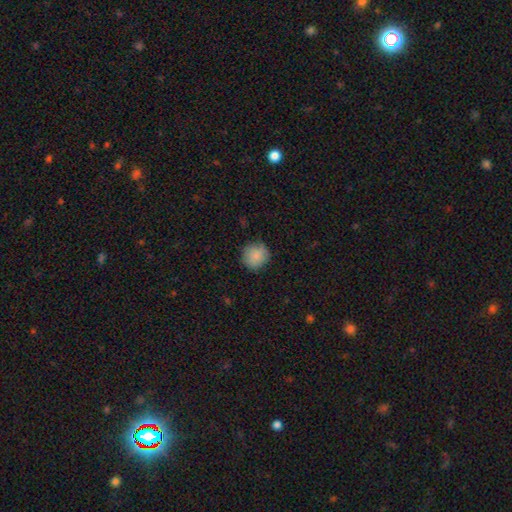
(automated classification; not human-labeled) A smooth galaxy with no disk features (86%) that is round (89%).

Vote fractions:
- Smooth or featured? smooth: 86% / star or artifact: 8% / featured or disk: 6%
- How rounded? round: 89% / in between: 10% / cigar-shaped: 1%
- Merging? none: 81% / minor disturbance: 15% / major disturbance: 3% / merger: 1%